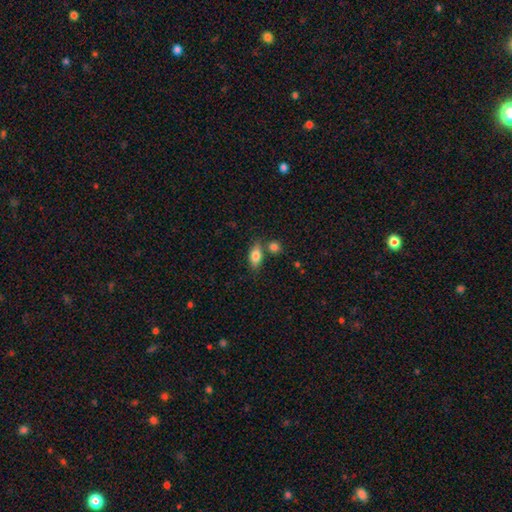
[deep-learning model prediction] A smooth galaxy with no disk features (79%) that is in between round and cigar-shaped (82%). Merging: none (65%).